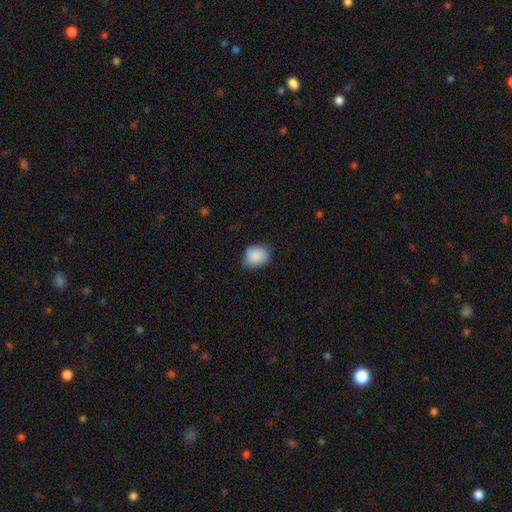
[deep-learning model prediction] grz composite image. It shows a smooth galaxy with no disk features (88%) that is round (59%). Merging: none (76%).